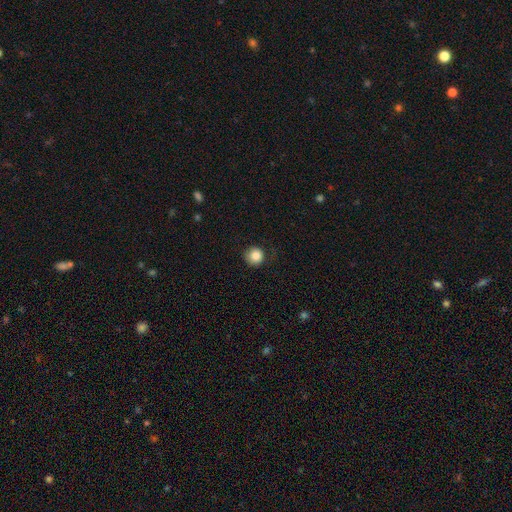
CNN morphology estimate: A smooth galaxy with no disk features (85%) that is round (94%). Merging: none (79%).